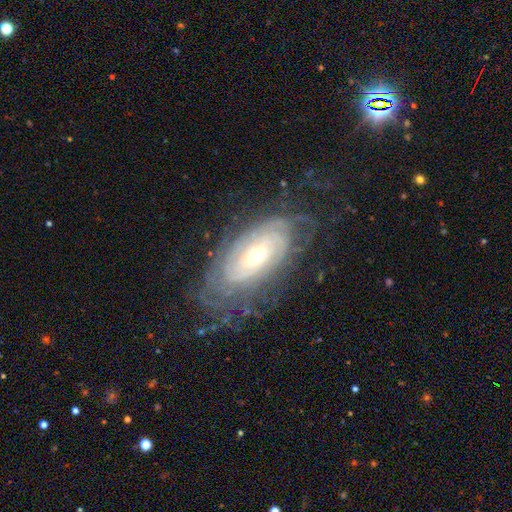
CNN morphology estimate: Q: Smooth or featured?
A: featured or disk (83%); runner-up: smooth (10%)
Q: Edge-on disk?
A: no (92%); runner-up: yes (8%)
Q: Bar?
A: no (64%); runner-up: weak (25%)
Q: Spiral arms?
A: yes (93%); runner-up: no (7%)
Q: Spiral winding?
A: tight (79%); runner-up: medium (16%)
Q: Spiral arm count?
A: can't tell (51%); runner-up: 2 (12%)
Q: Bulge size?
A: small (57%); runner-up: moderate (38%)
Q: Merging?
A: none (71%); runner-up: minor disturbance (18%)